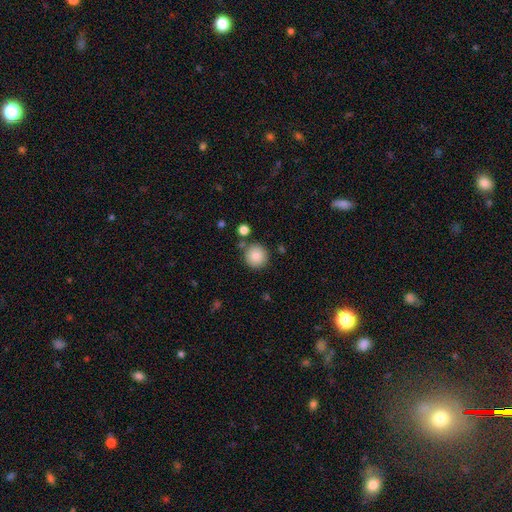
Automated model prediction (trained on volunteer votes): This appears to be a smooth galaxy with no disk features (86%) that is round (94%). Merging: none (83%).